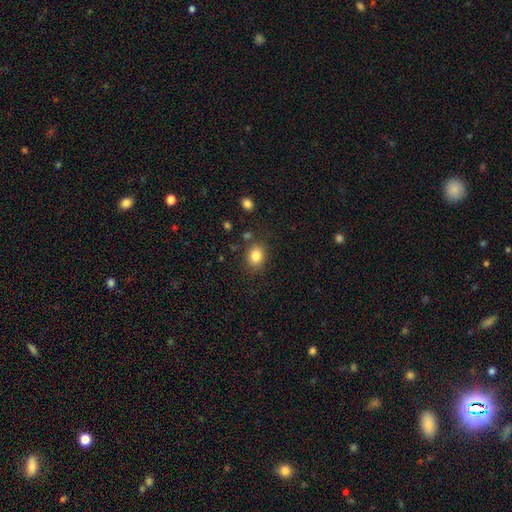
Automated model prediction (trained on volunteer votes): The model was most divided on "how rounded": round: 51%, in between: 48%, cigar-shaped: 1%. More confident: smooth or featured — smooth (83%); merging — none (82%).